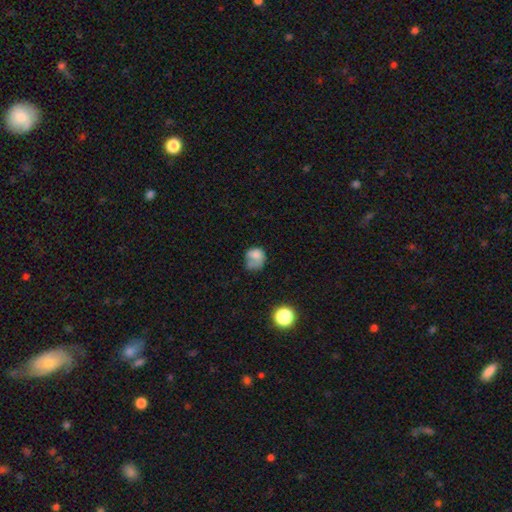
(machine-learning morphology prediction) Smooth or featured?
  - smooth: 69% *
  - featured or disk: 19%
  - star or artifact: 11%
How rounded?
  - round: 57% *
  - in between: 42%
  - cigar-shaped: 1%
Merging?
  - major disturbance: 33% *
  - none: 30%
  - minor disturbance: 28%
  - merger: 9%